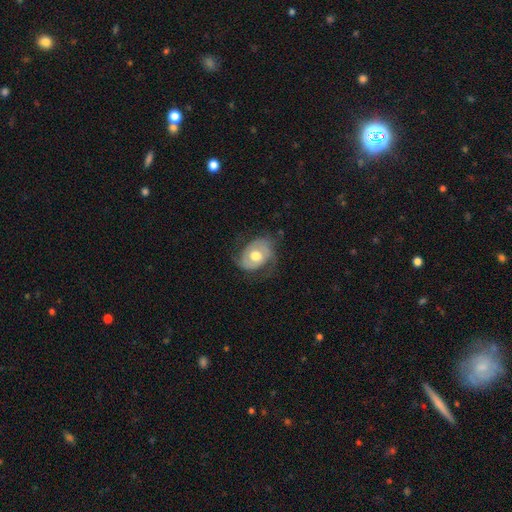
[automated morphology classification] Q: Smooth or featured?
A: featured or disk (67%); runner-up: smooth (27%)
Q: Edge-on disk?
A: no (96%); runner-up: yes (4%)
Q: Bar?
A: no (69%); runner-up: weak (25%)
Q: Spiral arms?
A: yes (80%); runner-up: no (20%)
Q: Spiral winding?
A: medium (40%); runner-up: tight (39%)
Q: Spiral arm count?
A: 2 (70%); runner-up: can't tell (15%)
Q: Bulge size?
A: moderate (69%); runner-up: large (22%)
Q: Merging?
A: none (59%); runner-up: minor disturbance (24%)